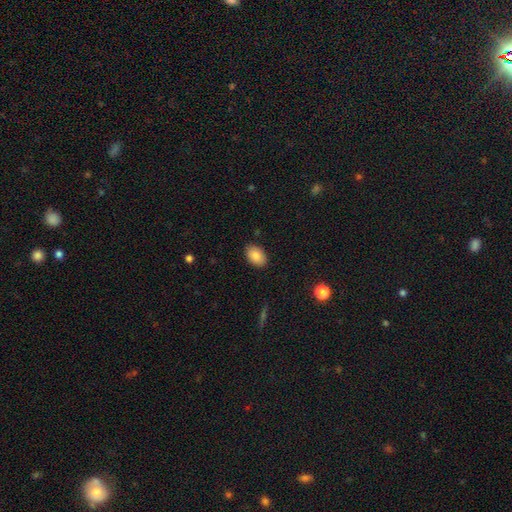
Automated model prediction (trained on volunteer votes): smooth-or-featured: smooth: 86% | star or artifact: 7% | featured or disk: 7%
  how-rounded: in between: 90% | round: 9% | cigar-shaped: 1%
  merging: none: 88% | minor disturbance: 9% | major disturbance: 2% | merger: 1%